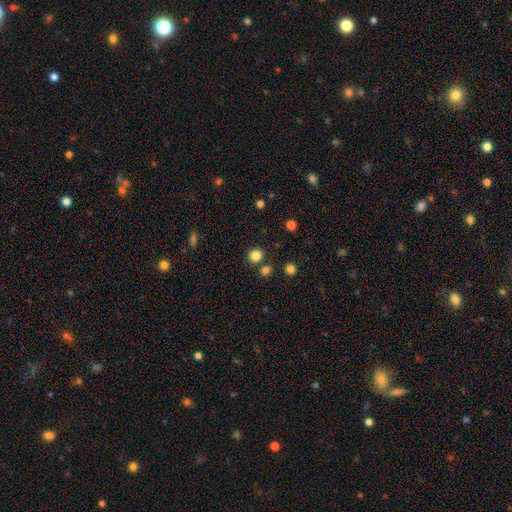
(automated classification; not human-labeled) smooth 83%, star or artifact 12%, featured or disk 4%. Down the decision tree: how rounded — round (87%); merging — none (81%).